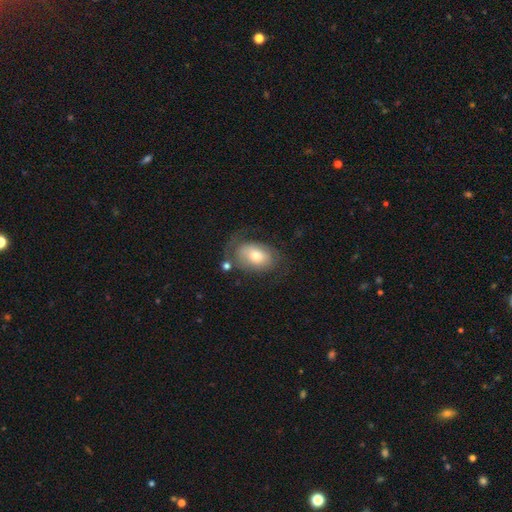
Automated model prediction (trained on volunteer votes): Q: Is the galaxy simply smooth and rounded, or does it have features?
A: smooth — 56%.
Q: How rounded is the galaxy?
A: in between — 82%.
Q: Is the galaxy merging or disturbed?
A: none — 54%.